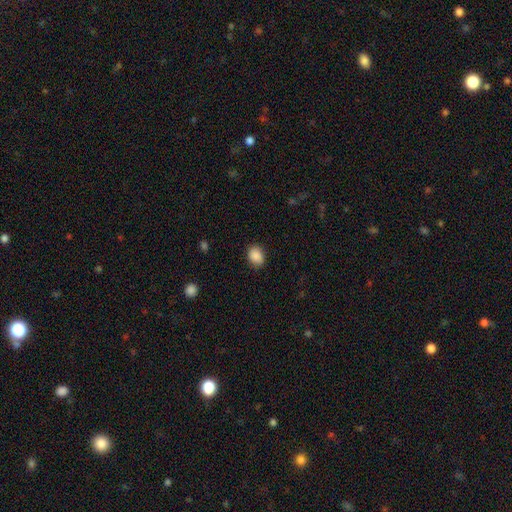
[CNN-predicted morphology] smooth 89%, star or artifact 8%, featured or disk 3%. Down the decision tree: how rounded — in between (59%); merging — none (83%).